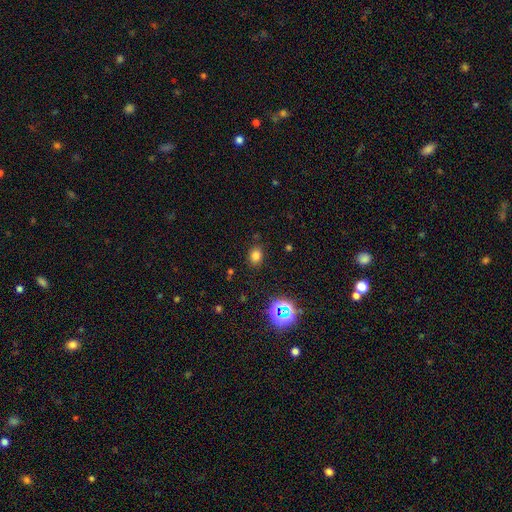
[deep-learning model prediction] smooth_or_featured: smooth (p=0.75) [alt: star or artifact p=0.19]
how_rounded: in between (p=0.52) [alt: round p=0.47]
merging: none (p=0.85) [alt: minor disturbance p=0.10]